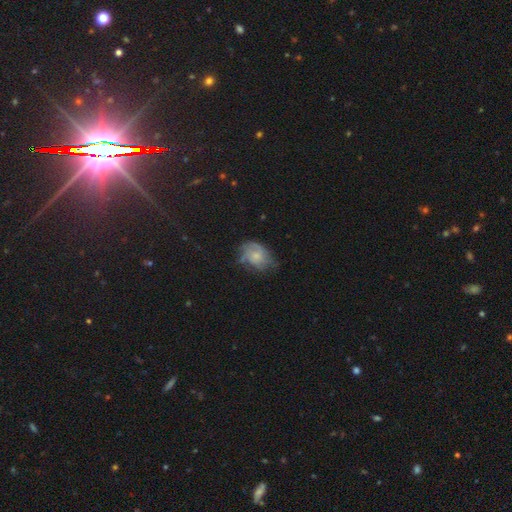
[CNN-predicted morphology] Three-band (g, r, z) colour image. It shows a featured or disk galaxy (47%). Merging: none (45%).